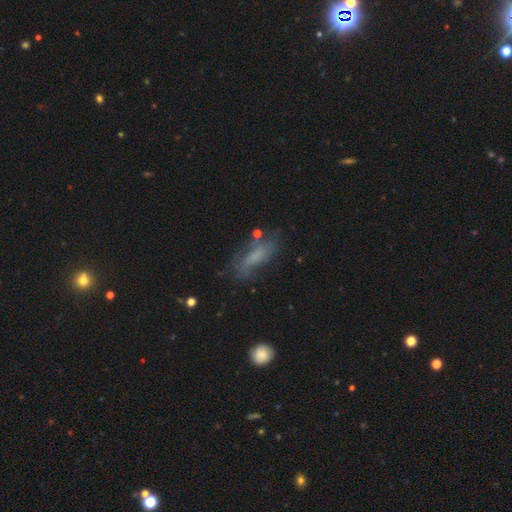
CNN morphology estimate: The model was most divided on "how rounded": in between: 55%, cigar-shaped: 42%, round: 3%. More confident: merging — none (56%); smooth or featured — smooth (55%).